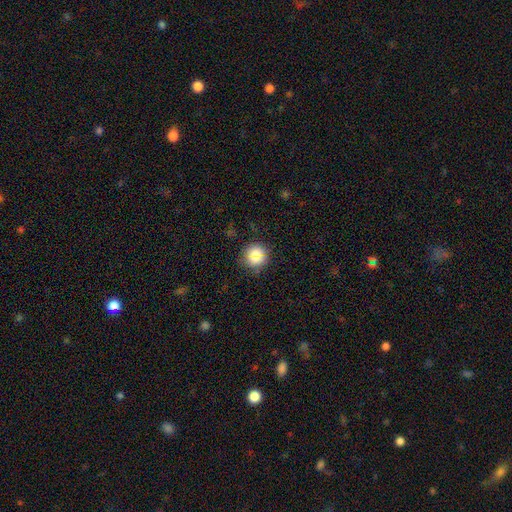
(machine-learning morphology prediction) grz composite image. It shows a smooth galaxy with no disk features (76%) that is round (93%). Merging: none (83%).